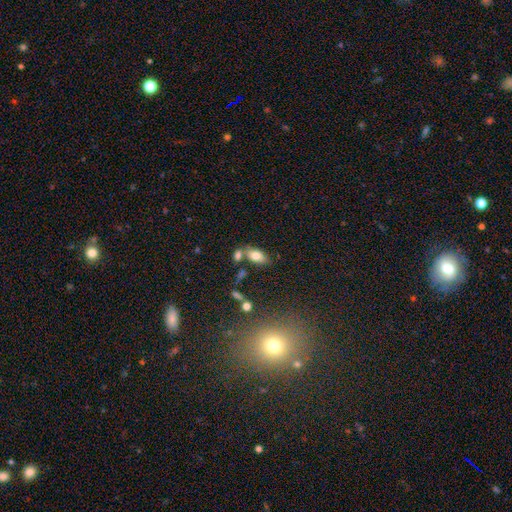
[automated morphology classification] Overall: smooth (77%). How rounded: in between (89%). Merging: none (57%; merger 25%).